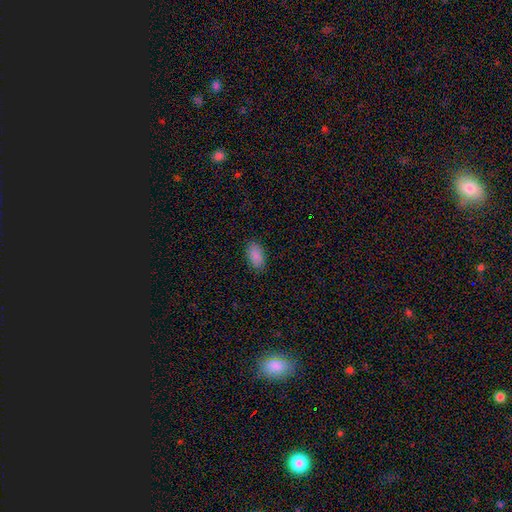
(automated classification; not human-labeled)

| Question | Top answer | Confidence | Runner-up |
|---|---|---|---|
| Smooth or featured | smooth | 89% | star or artifact (7%) |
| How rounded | in between | 94% | round (3%) |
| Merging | none | 87% | minor disturbance (10%) |